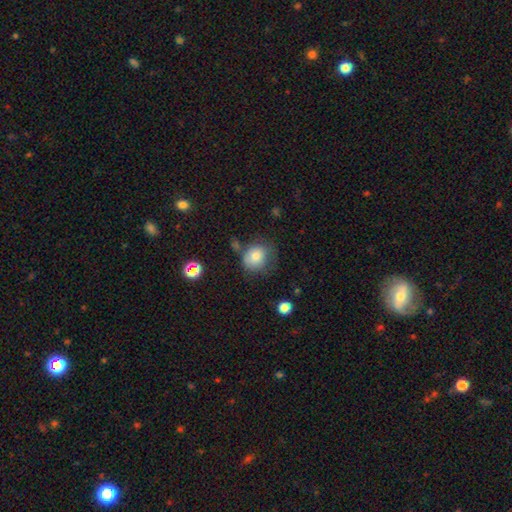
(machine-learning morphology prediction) This appears to be a smooth galaxy with no disk features (78%) that is round (71%). Merging: none (53%).